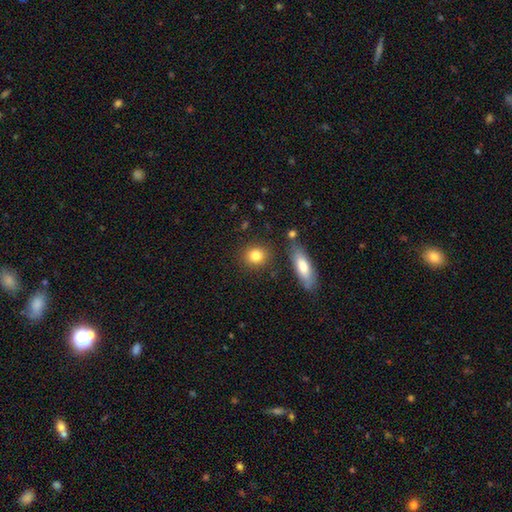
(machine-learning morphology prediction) This is clearly a smooth galaxy (82%). How rounded: likely round (75%). Merging: clearly none (84%).